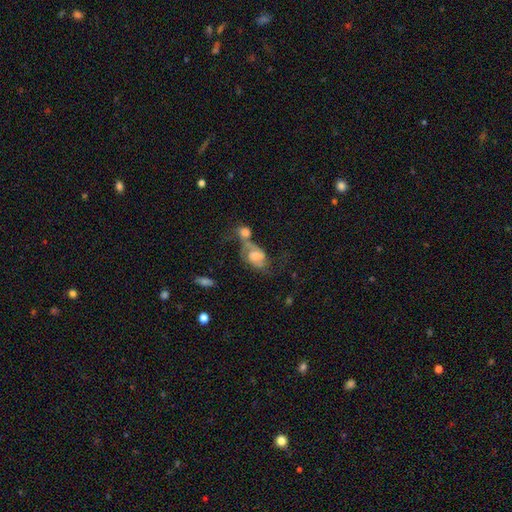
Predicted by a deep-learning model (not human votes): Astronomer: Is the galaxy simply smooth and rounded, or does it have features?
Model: featured or disk — 67%.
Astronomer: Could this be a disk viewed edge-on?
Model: no — 95%.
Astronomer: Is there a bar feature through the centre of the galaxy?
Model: no — 49% (runner-up: weak, 41%).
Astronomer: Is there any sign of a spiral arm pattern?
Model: yes — 87%.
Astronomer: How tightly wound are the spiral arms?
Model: medium — 46% (runner-up: loose, 33%).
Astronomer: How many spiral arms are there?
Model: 2 — 81%.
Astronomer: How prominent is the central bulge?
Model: moderate — 44% (runner-up: small, 32%).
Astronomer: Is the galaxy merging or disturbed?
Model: merger — 39% (runner-up: none, 31%).